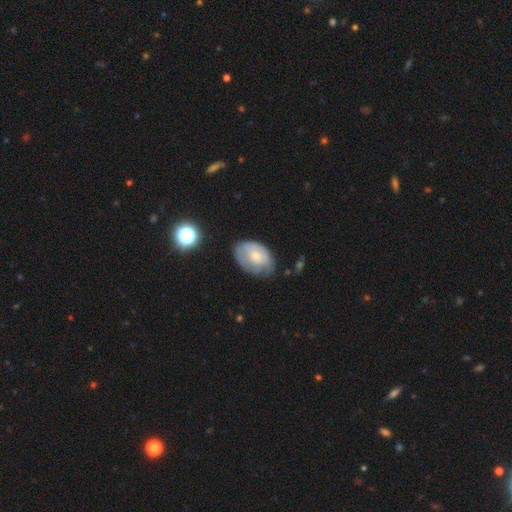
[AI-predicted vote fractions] Smooth or featured?
  - smooth: 57% *
  - featured or disk: 35%
  - star or artifact: 8%
How rounded?
  - in between: 82% *
  - round: 17%
  - cigar-shaped: 1%
Merging?
  - none: 54% *
  - minor disturbance: 33%
  - major disturbance: 11%
  - merger: 2%